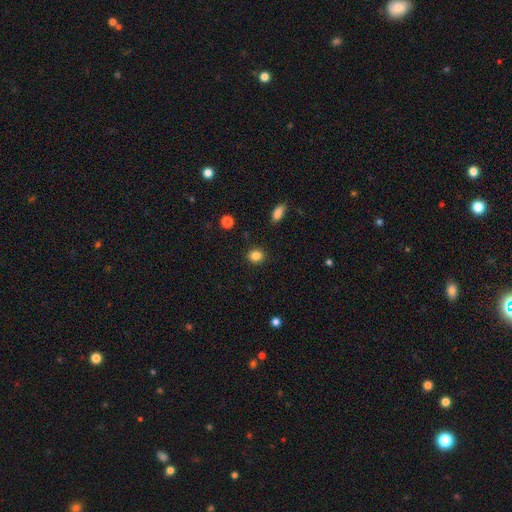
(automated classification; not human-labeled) This is clearly a smooth galaxy (85%). How rounded: likely round (77%). Merging: clearly none (90%).